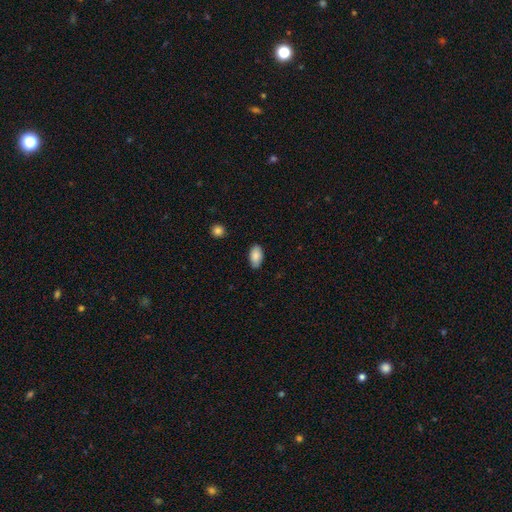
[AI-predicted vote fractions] Overall: smooth (86%). How rounded: in between (95%). Merging: none (82%).